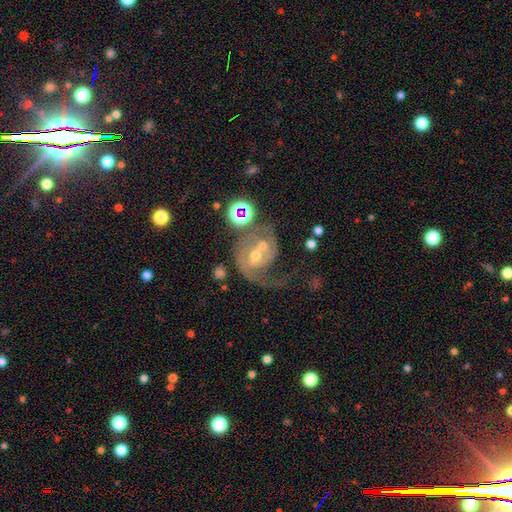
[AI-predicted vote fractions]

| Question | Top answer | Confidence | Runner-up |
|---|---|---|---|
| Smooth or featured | featured or disk | 77% | smooth (13%) |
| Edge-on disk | no | 97% | yes (3%) |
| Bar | no | 52% | weak (36%) |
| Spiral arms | yes | 87% | no (13%) |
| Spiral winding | medium | 40% | loose (33%) |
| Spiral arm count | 1 | 45% | 2 (37%) |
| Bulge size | moderate | 55% | small (38%) |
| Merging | merger | 41% | major disturbance (25%) |